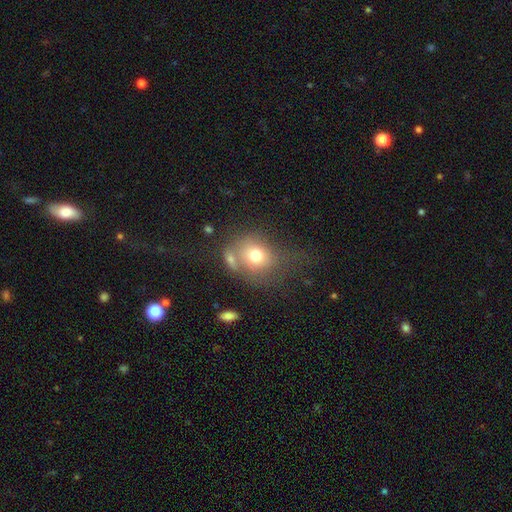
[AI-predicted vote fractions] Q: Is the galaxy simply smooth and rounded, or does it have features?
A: smooth — 72%.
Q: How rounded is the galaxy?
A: round — 68%.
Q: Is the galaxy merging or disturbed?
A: none — 43%.